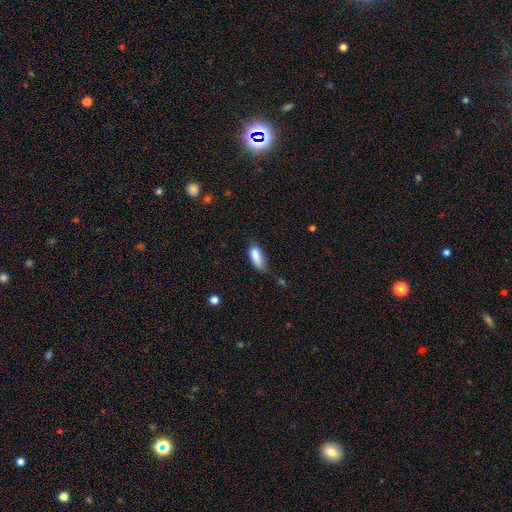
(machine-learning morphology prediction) The model was most divided on "merging": none: 51%, minor disturbance: 37%, major disturbance: 9%, merger: 3%. More confident: smooth or featured — smooth (86%); how rounded — in between (82%).